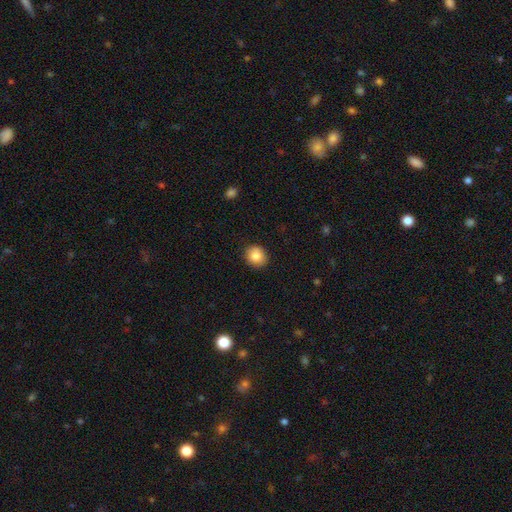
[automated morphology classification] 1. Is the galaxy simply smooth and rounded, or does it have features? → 85% smooth, 8% star or artifact, 6% featured or disk.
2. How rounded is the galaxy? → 75% round, 24% in between, 1% cigar-shaped.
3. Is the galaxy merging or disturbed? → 88% none, 9% minor disturbance, 2% major disturbance, 1% merger.